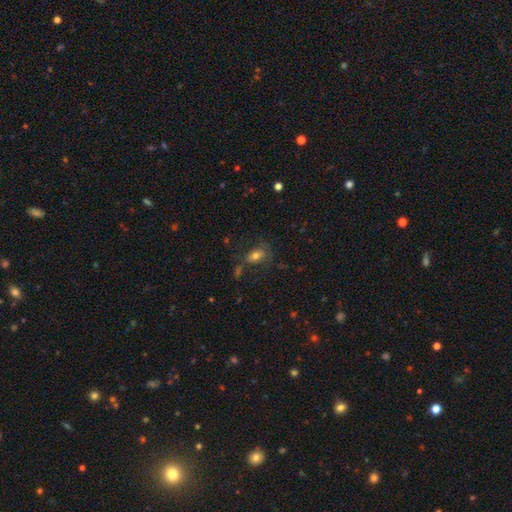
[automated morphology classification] The model was most divided on "merging": none: 59%, minor disturbance: 20%, major disturbance: 13%, merger: 7%. More confident: how rounded — in between (80%); smooth or featured — smooth (69%).